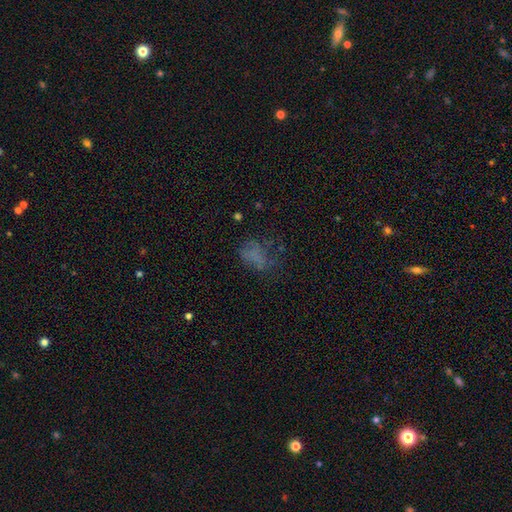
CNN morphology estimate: smooth-or-featured: smooth: 52% | featured or disk: 25% | star or artifact: 22%
  how-rounded: in between: 70% | round: 28% | cigar-shaped: 2%
  merging: none: 45% | major disturbance: 29% | minor disturbance: 22% | merger: 4%